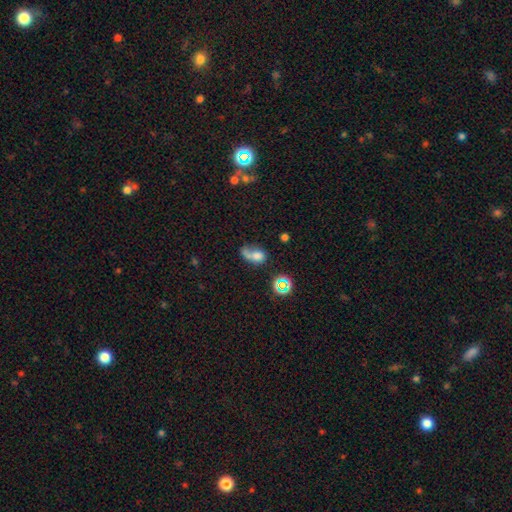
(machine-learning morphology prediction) Q: Smooth or featured?
A: smooth (61%); runner-up: featured or disk (21%)
Q: How rounded?
A: in between (59%); runner-up: round (38%)
Q: Merging?
A: merger (37%); runner-up: none (26%)